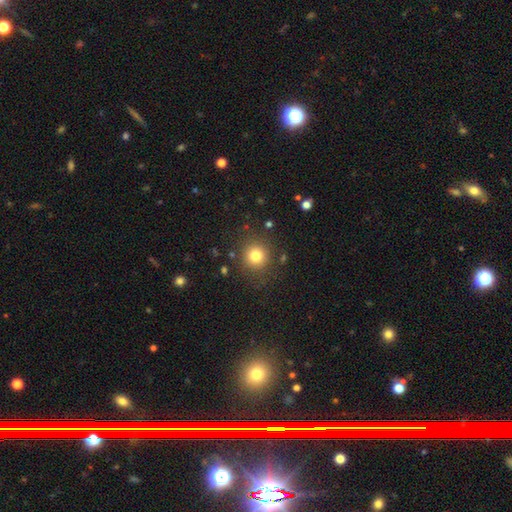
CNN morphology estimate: smooth-or-featured: smooth: 79% | star or artifact: 14% | featured or disk: 8%
  how-rounded: round: 93% | in between: 6% | cigar-shaped: 1%
  merging: none: 87% | minor disturbance: 8% | major disturbance: 4% | merger: 2%